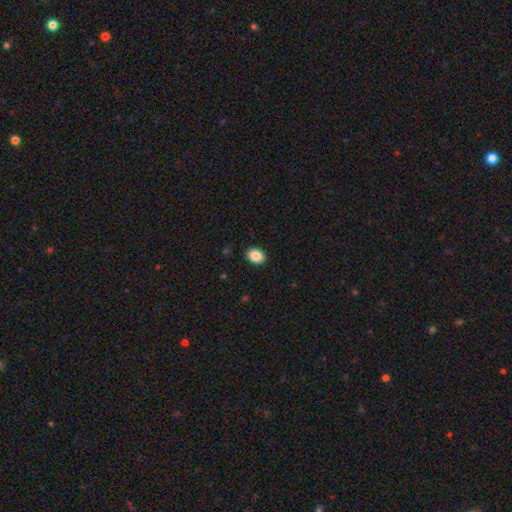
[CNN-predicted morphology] Smooth or featured? smooth (87%)
How rounded? in between (67%)
Merging? none (91%)